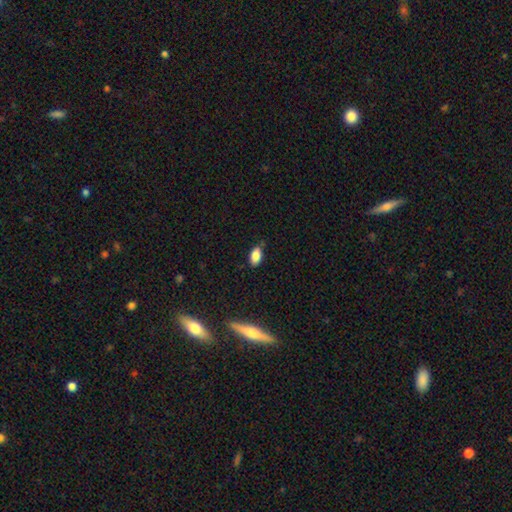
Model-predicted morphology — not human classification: smooth-or-featured: smooth: 85% | star or artifact: 8% | featured or disk: 7%
  how-rounded: in between: 90% | round: 5% | cigar-shaped: 5%
  merging: none: 71% | minor disturbance: 22% | major disturbance: 4% | merger: 2%